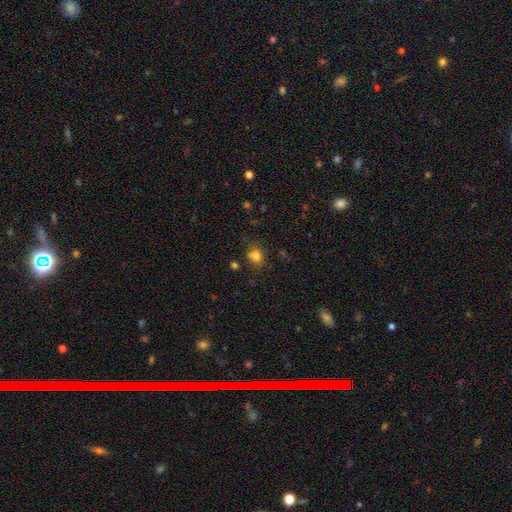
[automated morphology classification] smooth-or-featured: smooth: 76% | star or artifact: 15% | featured or disk: 9%
  how-rounded: round: 60% | in between: 39% | cigar-shaped: 1%
  merging: none: 65% | minor disturbance: 18% | merger: 11% | major disturbance: 6%